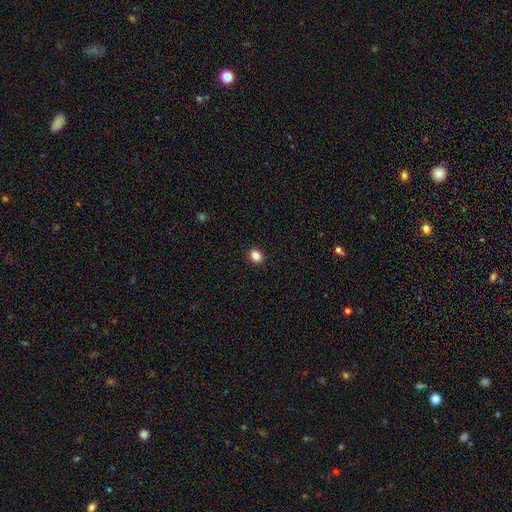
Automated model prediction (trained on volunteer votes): Smooth or featured?
  - smooth: 85% *
  - star or artifact: 11%
  - featured or disk: 4%
How rounded?
  - round: 53% *
  - in between: 46%
  - cigar-shaped: 1%
Merging?
  - none: 91% *
  - minor disturbance: 6%
  - major disturbance: 2%
  - merger: 1%